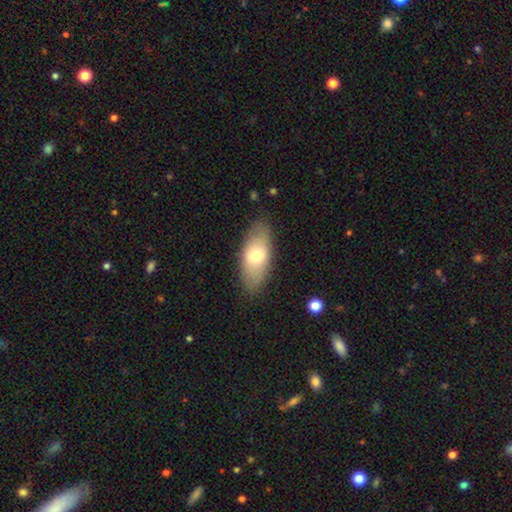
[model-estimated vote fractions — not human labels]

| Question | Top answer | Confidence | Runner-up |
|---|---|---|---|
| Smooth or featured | smooth | 68% | featured or disk (26%) |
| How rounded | in between | 87% | cigar-shaped (9%) |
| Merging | none | 85% | minor disturbance (11%) |